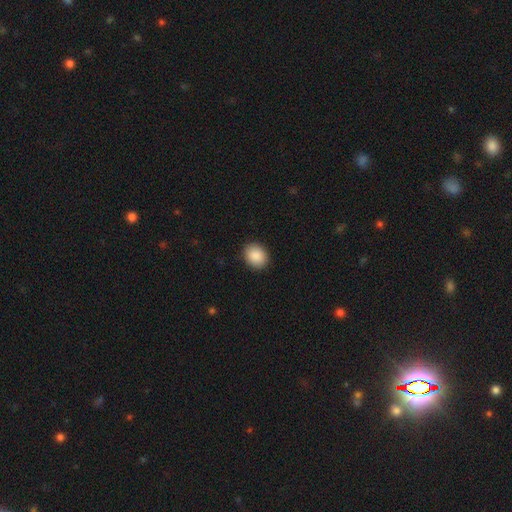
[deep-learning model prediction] smooth-or-featured: smooth: 89% | star or artifact: 7% | featured or disk: 3%
  how-rounded: round: 54% | in between: 45% | cigar-shaped: 1%
  merging: none: 91% | minor disturbance: 7% | major disturbance: 2% | merger: 1%